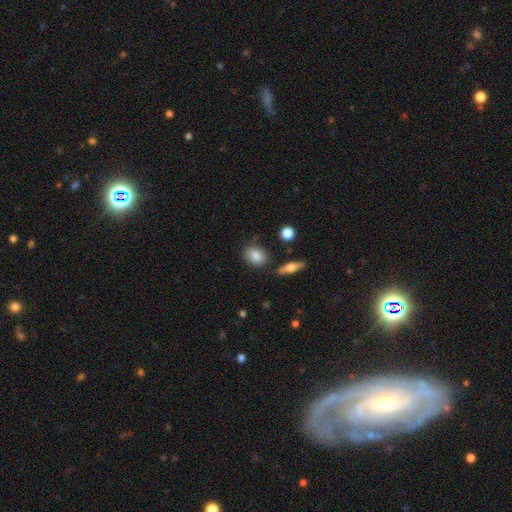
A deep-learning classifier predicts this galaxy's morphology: Smooth or featured? smooth (83%)
How rounded? in between (68%)
Merging? none (77%)